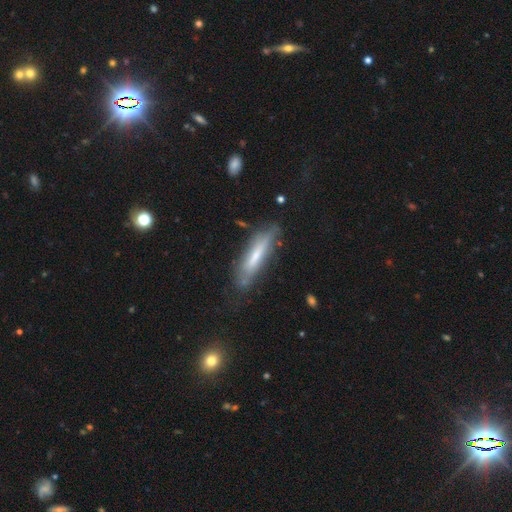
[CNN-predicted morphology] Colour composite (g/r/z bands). It shows a smooth galaxy with no disk features (49%). Merging: none (73%).